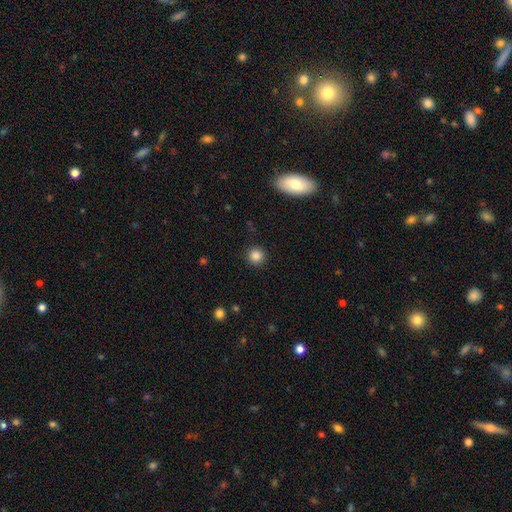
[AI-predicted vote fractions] Overall: smooth (85%). How rounded: round (93%). Merging: none (90%).